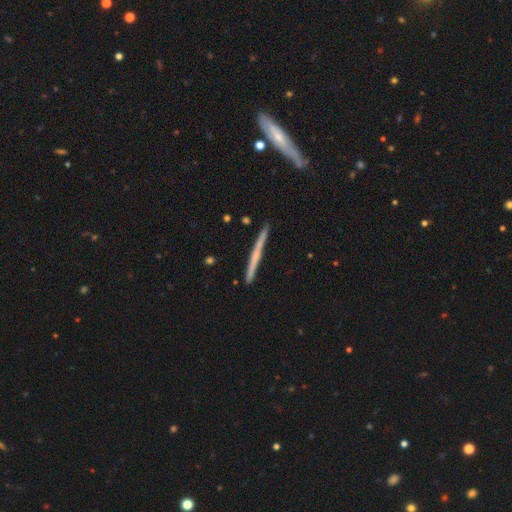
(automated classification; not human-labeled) This appears to be a featured or disk galaxy (52%) viewed edge-on (97%) with no central bulge (81%). Merging: none (88%).